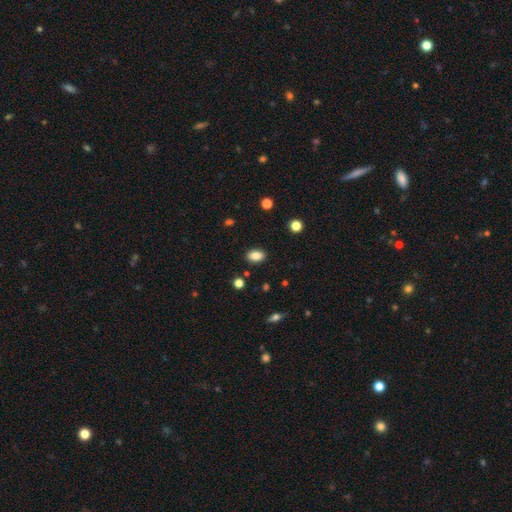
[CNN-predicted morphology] smooth-or-featured: smooth: 85% | star or artifact: 9% | featured or disk: 6%
  how-rounded: in between: 87% | round: 11% | cigar-shaped: 2%
  merging: none: 87% | minor disturbance: 9% | major disturbance: 2% | merger: 2%